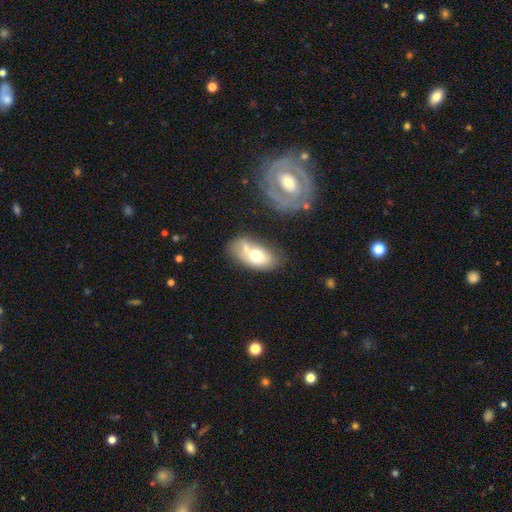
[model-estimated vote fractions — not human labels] Morphology: type=smooth (62%); roundness=in between (89%); merging=merger (37%).